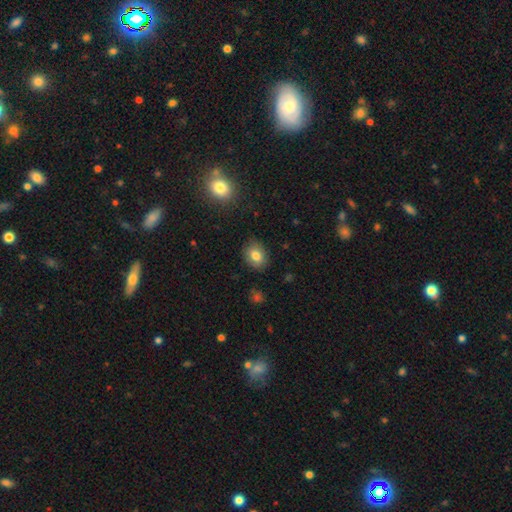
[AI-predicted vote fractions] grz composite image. It shows a smooth galaxy with no disk features (80%) that is in between round and cigar-shaped (61%). Merging: none (85%).